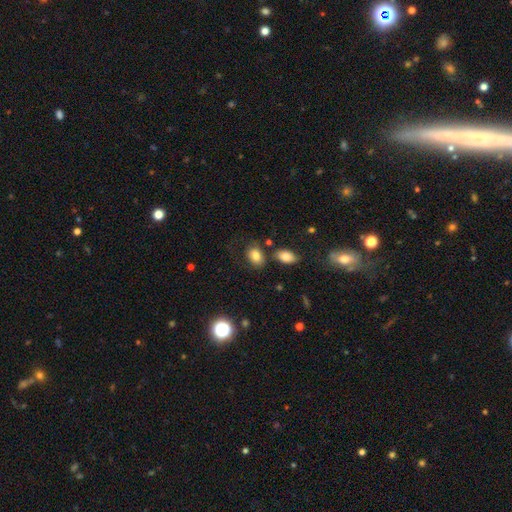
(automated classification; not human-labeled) This appears to be a smooth galaxy with no disk features (81%) that is in between round and cigar-shaped (72%). Merging: none (66%).